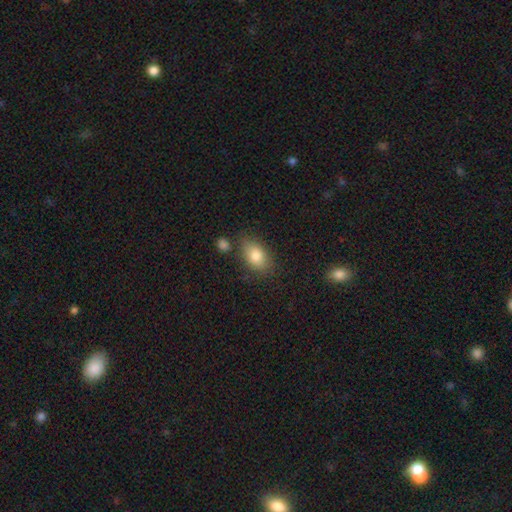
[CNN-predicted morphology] Q: Smooth or featured?
A: smooth (83%); runner-up: featured or disk (9%)
Q: How rounded?
A: in between (87%); runner-up: round (10%)
Q: Merging?
A: none (71%); runner-up: minor disturbance (18%)